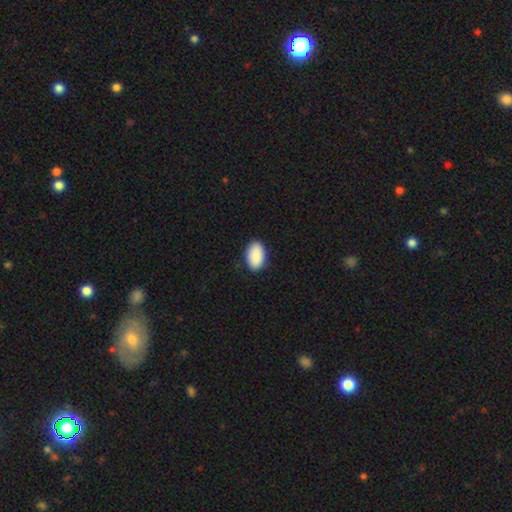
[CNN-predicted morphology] Smooth or featured?
  - smooth: 91% *
  - star or artifact: 6%
  - featured or disk: 3%
How rounded?
  - in between: 93% *
  - round: 6%
  - cigar-shaped: 1%
Merging?
  - none: 88% *
  - minor disturbance: 9%
  - major disturbance: 2%
  - merger: 1%